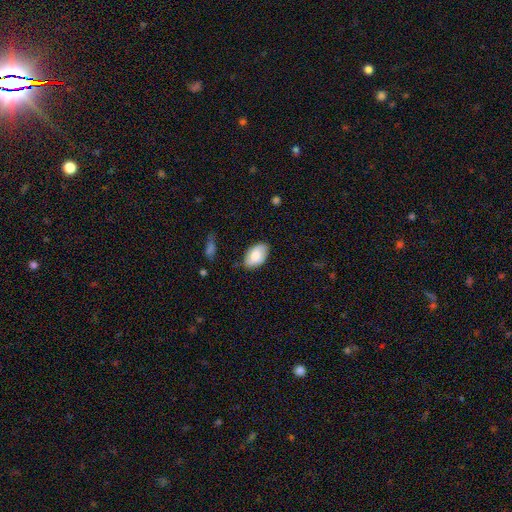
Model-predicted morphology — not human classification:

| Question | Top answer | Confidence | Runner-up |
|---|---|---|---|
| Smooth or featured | smooth | 80% | featured or disk (14%) |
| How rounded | in between | 93% | round (6%) |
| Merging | none | 77% | minor disturbance (19%) |